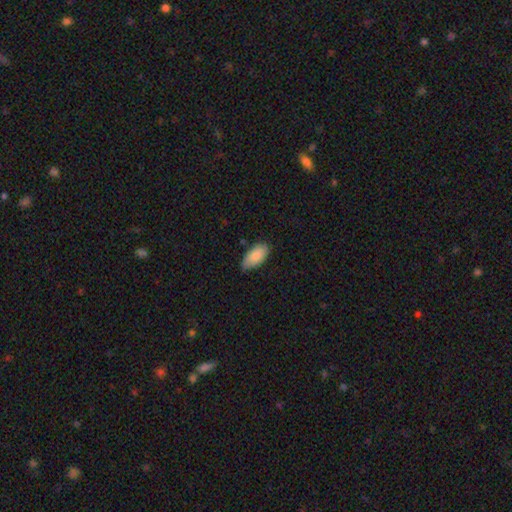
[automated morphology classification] This appears to be a smooth galaxy with no disk features (85%) that is in between round and cigar-shaped (94%). Merging: none (69%).